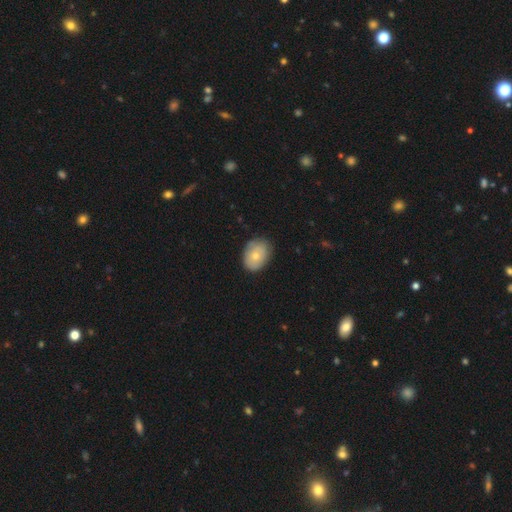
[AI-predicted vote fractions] This appears to be a smooth galaxy with no disk features (73%) that is in between round and cigar-shaped (67%). Merging: none (78%).